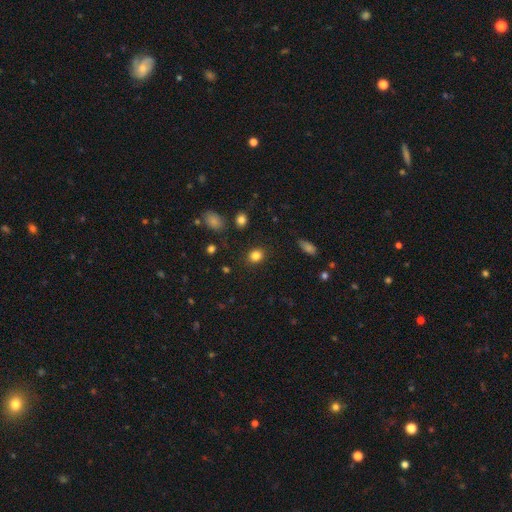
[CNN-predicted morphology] This is clearly a smooth galaxy (84%). How rounded: likely round (64%). Merging: clearly none (87%).